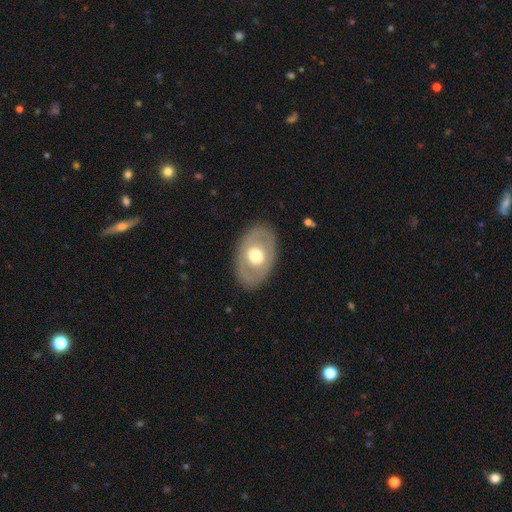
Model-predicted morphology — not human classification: A smooth galaxy with no disk features (48%).

Vote fractions:
- Smooth or featured? smooth: 48% / featured or disk: 46% / star or artifact: 6%
- Merging? none: 84% / minor disturbance: 10% / major disturbance: 4% / merger: 1%